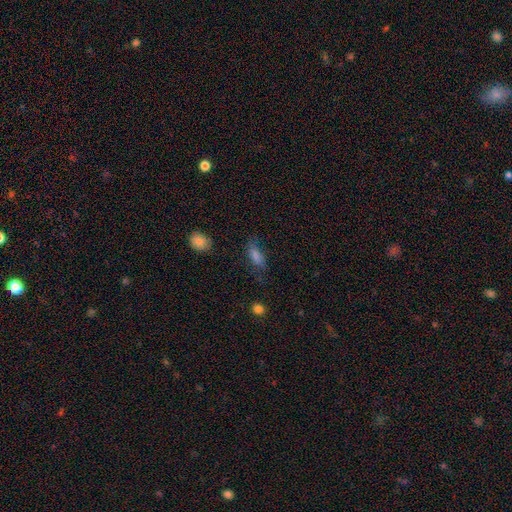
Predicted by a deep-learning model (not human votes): Smooth or featured? Predicted: smooth (p=0.71). How rounded? Predicted: in between (p=0.72). Merging? Predicted: none (p=0.63).